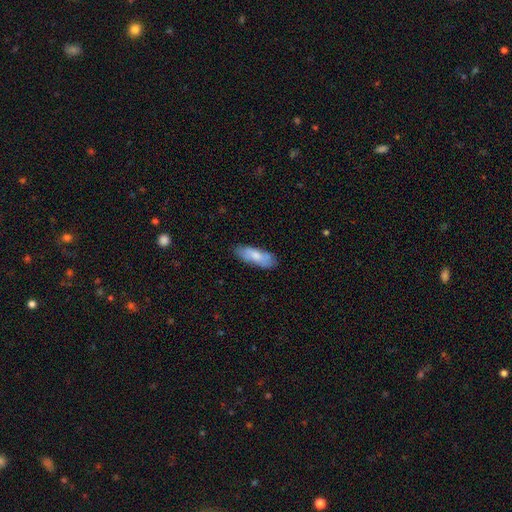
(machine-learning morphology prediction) smooth_or_featured: smooth (p=0.75) [alt: featured or disk p=0.19]
how_rounded: in between (p=0.64) [alt: cigar-shaped p=0.34]
merging: none (p=0.75) [alt: minor disturbance p=0.19]